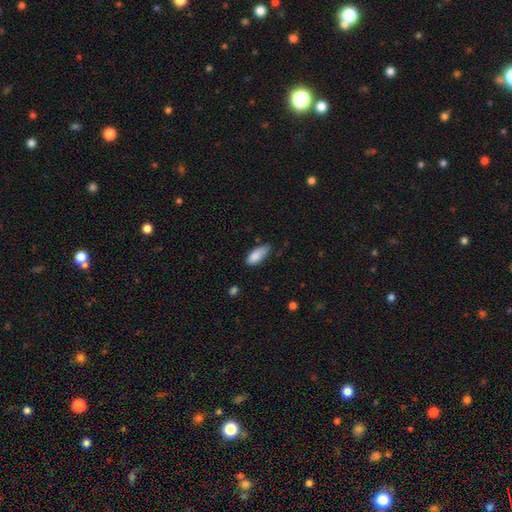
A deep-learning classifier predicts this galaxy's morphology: Q: Smooth or featured?
A: smooth (84%); runner-up: featured or disk (9%)
Q: How rounded?
A: in between (85%); runner-up: cigar-shaped (13%)
Q: Merging?
A: none (56%); runner-up: minor disturbance (36%)